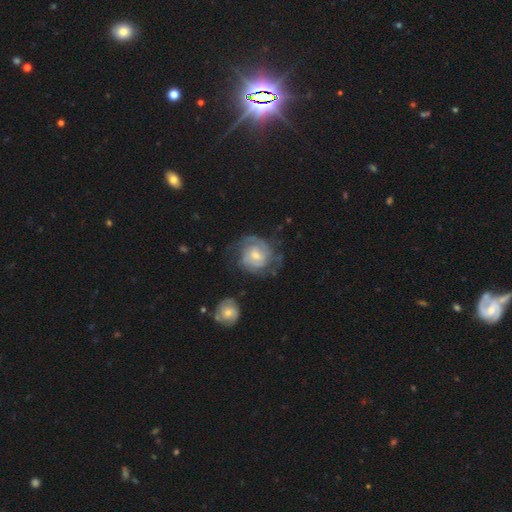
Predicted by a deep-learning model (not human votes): Q: Smooth or featured?
A: featured or disk (78%); runner-up: smooth (17%)
Q: Edge-on disk?
A: no (98%); runner-up: yes (2%)
Q: Bar?
A: no (50%); runner-up: weak (44%)
Q: Spiral arms?
A: yes (92%); runner-up: no (8%)
Q: Spiral winding?
A: tight (57%); runner-up: medium (33%)
Q: Spiral arm count?
A: 2 (40%); runner-up: can't tell (32%)
Q: Bulge size?
A: small (48%); runner-up: moderate (45%)
Q: Merging?
A: none (62%); runner-up: minor disturbance (21%)